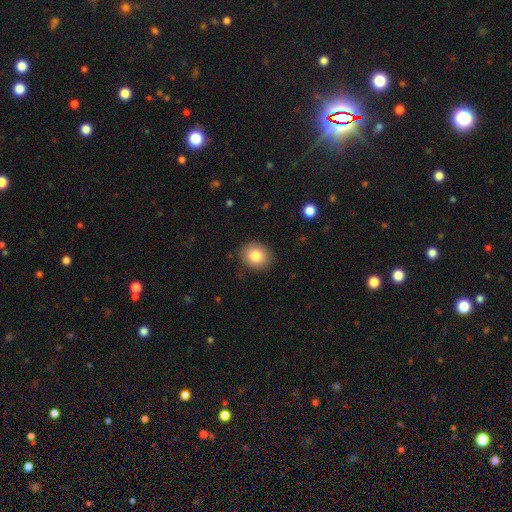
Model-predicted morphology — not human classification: Smooth or featured? smooth (83%)
How rounded? round (73%)
Merging? none (88%)